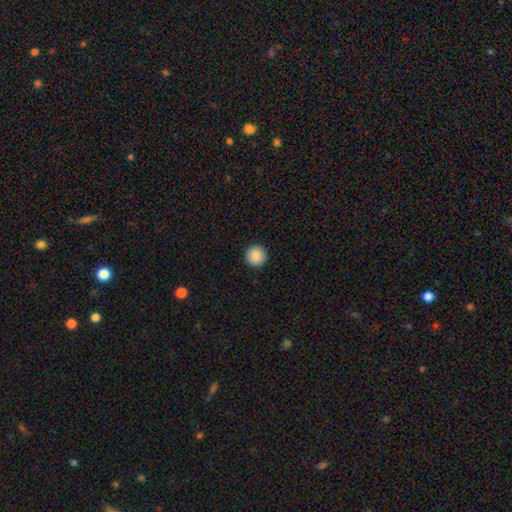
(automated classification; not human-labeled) This appears to be a smooth galaxy with no disk features (89%) that is round (96%). Merging: none (94%).